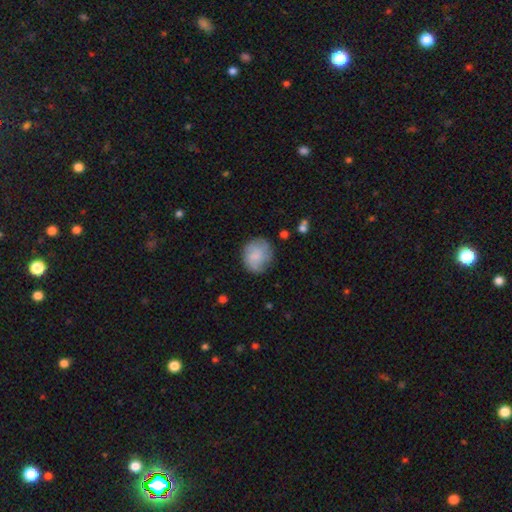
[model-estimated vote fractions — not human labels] smooth-or-featured: smooth: 70% | featured or disk: 23% | star or artifact: 7%
  how-rounded: round: 77% | in between: 22% | cigar-shaped: 1%
  merging: none: 70% | minor disturbance: 21% | major disturbance: 7% | merger: 2%